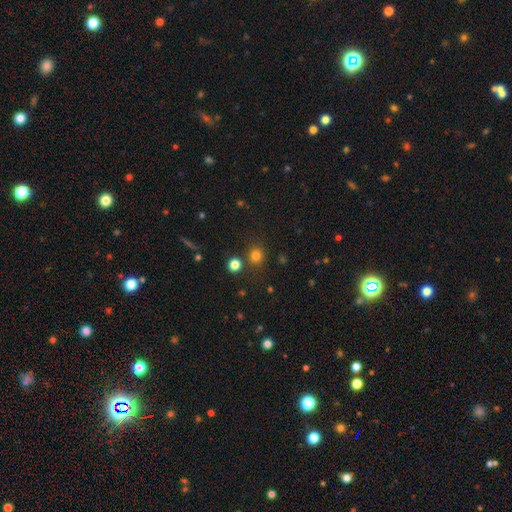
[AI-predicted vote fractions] smooth 78%, star or artifact 16%, featured or disk 5%. Down the decision tree: how rounded — round (87%); merging — none (80%).